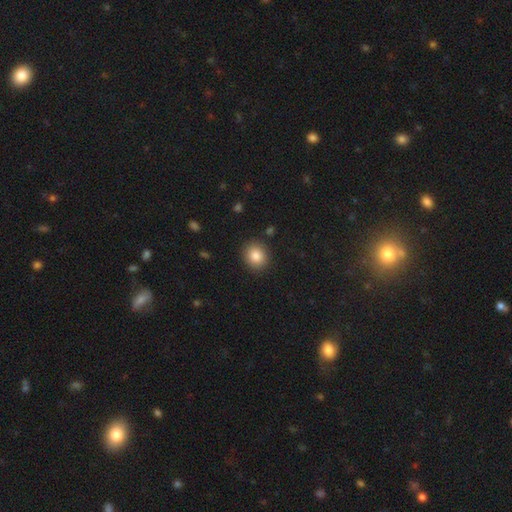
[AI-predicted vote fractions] A smooth galaxy with no disk features (85%) that is round (77%).

Vote fractions:
- Smooth or featured? smooth: 85% / star or artifact: 9% / featured or disk: 6%
- How rounded? round: 77% / in between: 22% / cigar-shaped: 1%
- Merging? none: 89% / minor disturbance: 7% / major disturbance: 2% / merger: 1%